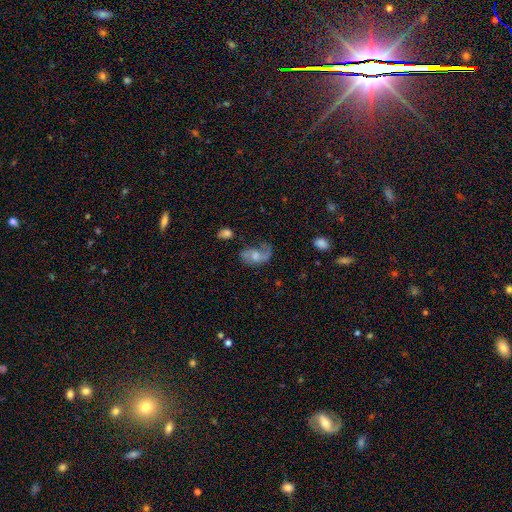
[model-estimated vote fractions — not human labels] The model was most divided on "merging": major disturbance: 35%, none: 33%, minor disturbance: 27%, merger: 5%. Remaining: smooth or featured — featured or disk (48%).